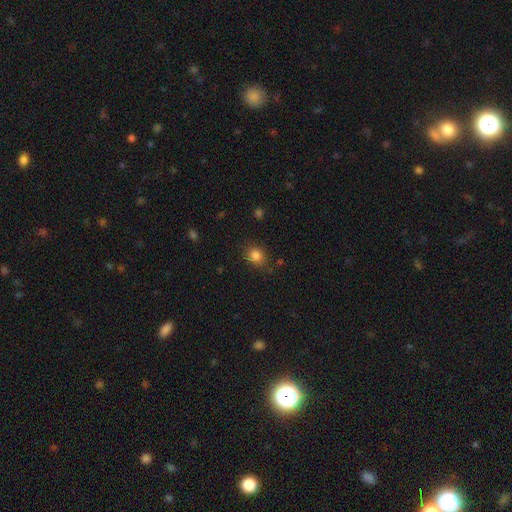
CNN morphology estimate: Smooth or featured? Predicted: smooth (p=0.83). How rounded? Predicted: round (p=0.72). Merging? Predicted: none (p=0.82).